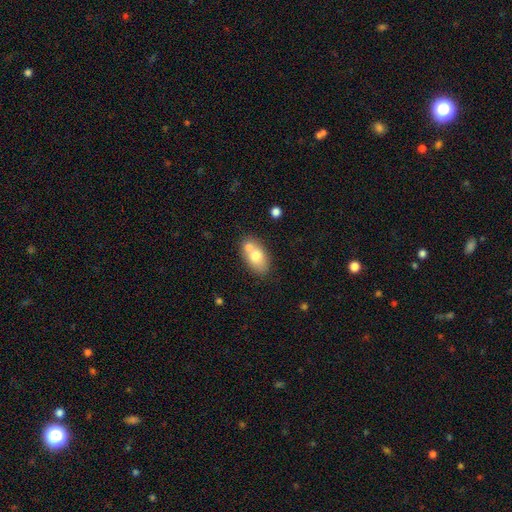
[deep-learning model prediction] This appears to be a smooth galaxy with no disk features (70%) that is in between round and cigar-shaped (86%). Merging: none (48%).